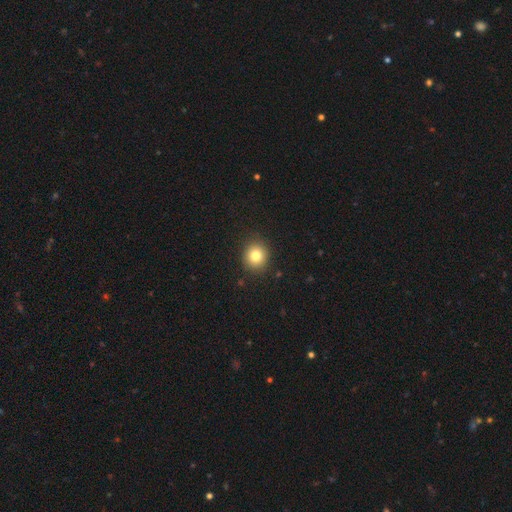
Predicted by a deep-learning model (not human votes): This appears to be a smooth galaxy with no disk features (81%) that is round (86%). Merging: none (90%).